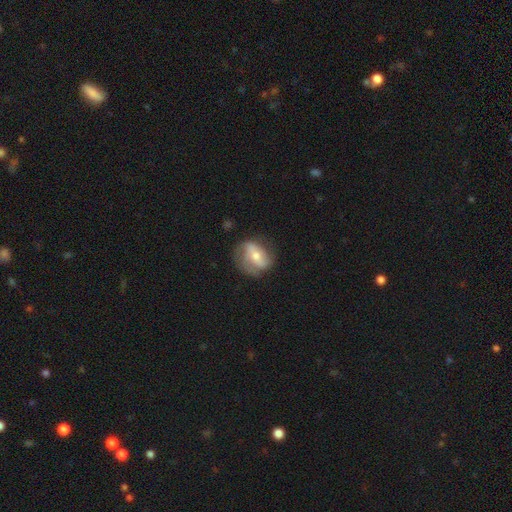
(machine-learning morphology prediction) This appears to be a featured or disk galaxy (66%) with a weak bar (36%), 2 (63%) medium (40%) spiral arms (82%) and a moderate central bulge (59%). Merging: none (63%).